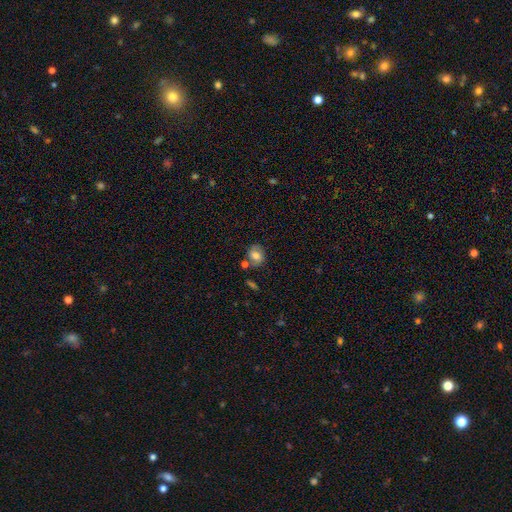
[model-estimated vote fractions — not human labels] Overall: smooth (67%). How rounded: round (58%; in between 41%). Merging: none (64%).